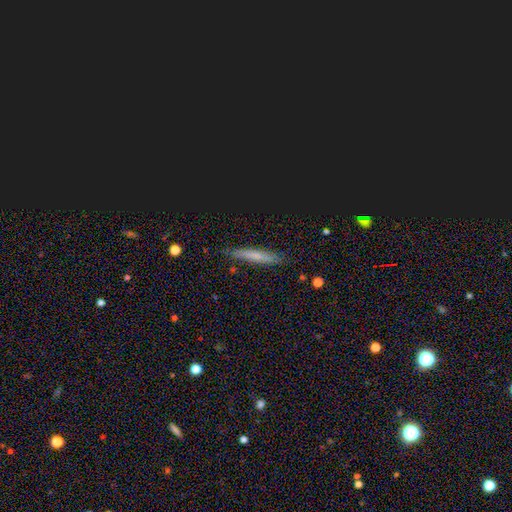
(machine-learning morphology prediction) Smooth or featured: smooth — 60% (featured or disk — 26%)
How rounded: cigar-shaped — 91% (in between — 7%)
Merging: none — 86% (minor disturbance — 10%)